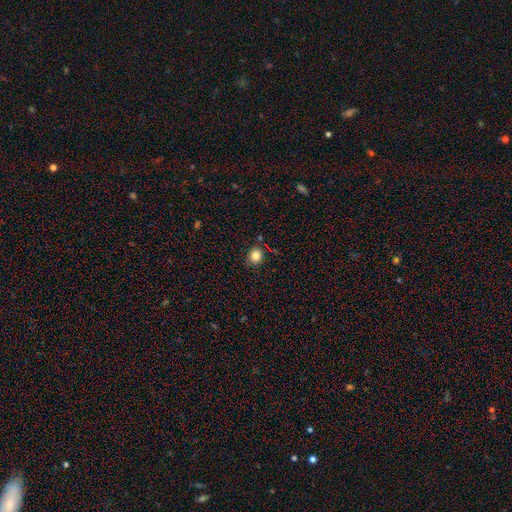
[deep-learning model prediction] A smooth galaxy with no disk features (82%) that is round (75%). Merging: none (82%).